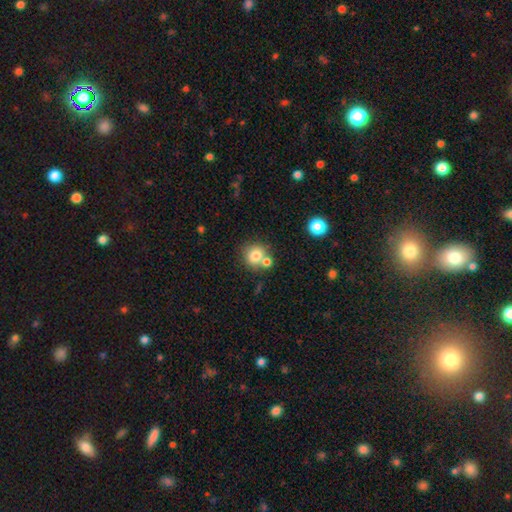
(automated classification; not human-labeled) Morphology: type=smooth (78%); roundness=round (86%); merging=none (60%).